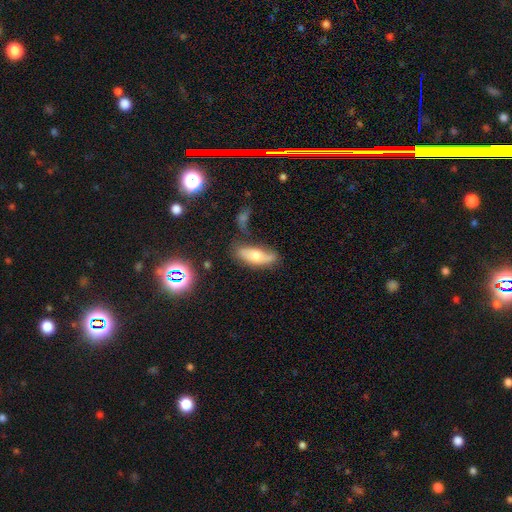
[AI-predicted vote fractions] Morphology: type=smooth (59%); roundness=in between (74%); merging=none (56%).